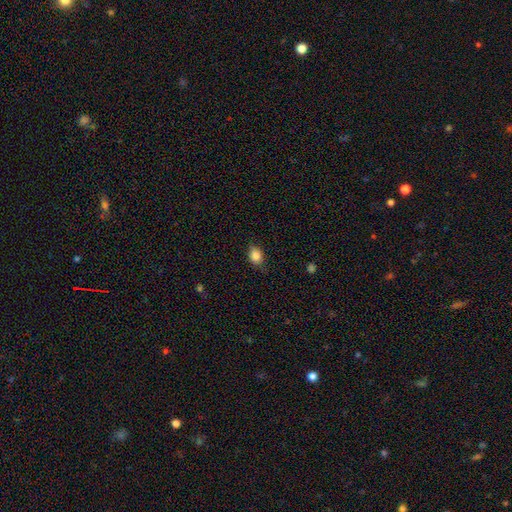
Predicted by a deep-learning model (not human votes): This is clearly a smooth galaxy (85%). How rounded: likely in between (64%). Merging: likely none (77%).